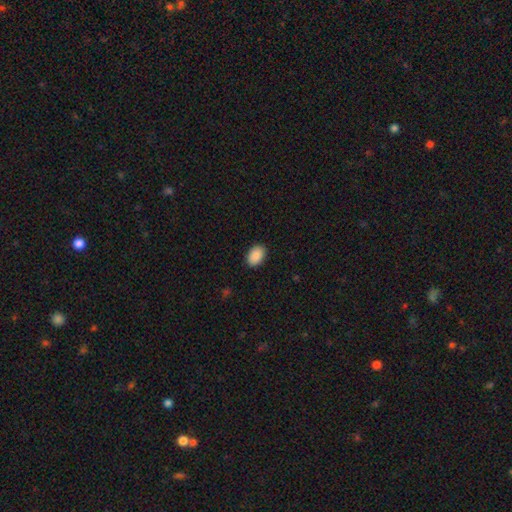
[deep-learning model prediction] smooth_or_featured: smooth (p=0.90) [alt: star or artifact p=0.07]
how_rounded: in between (p=0.84) [alt: round p=0.15]
merging: none (p=0.89) [alt: minor disturbance p=0.08]